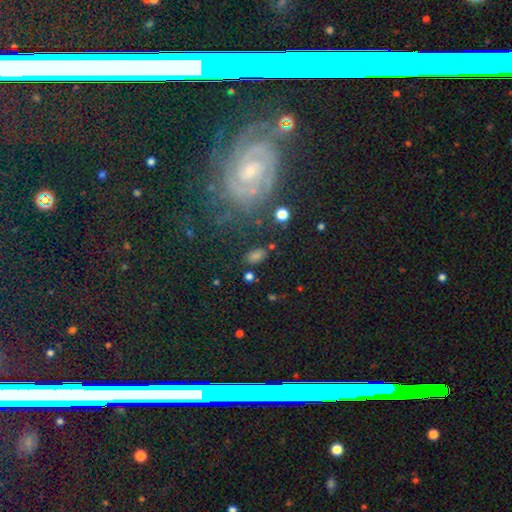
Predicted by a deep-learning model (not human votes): Smooth or featured: smooth — 58% (featured or disk — 25%)
How rounded: in between — 84% (round — 12%)
Merging: none — 75% (minor disturbance — 13%)